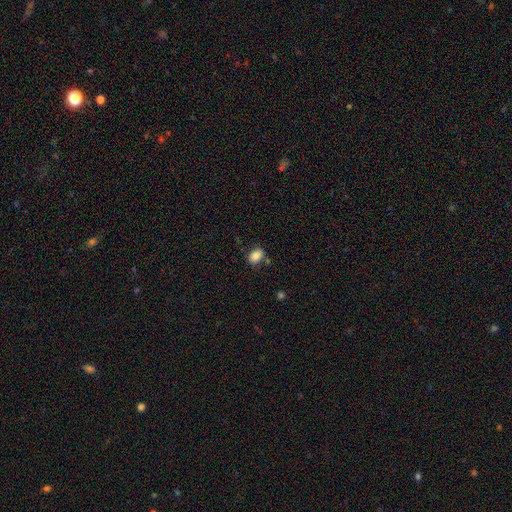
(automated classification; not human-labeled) smooth 83%, star or artifact 9%, featured or disk 7%. Down the decision tree: how rounded — in between (74%); merging — none (76%).